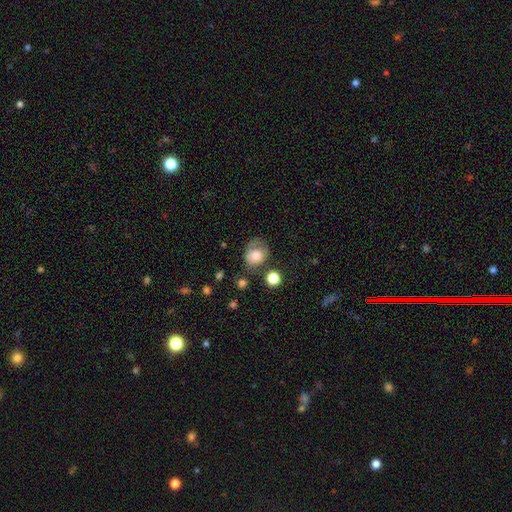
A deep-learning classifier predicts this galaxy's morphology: Q: Smooth or featured?
A: smooth (71%); runner-up: featured or disk (20%)
Q: How rounded?
A: round (54%); runner-up: in between (45%)
Q: Merging?
A: none (47%); runner-up: minor disturbance (28%)